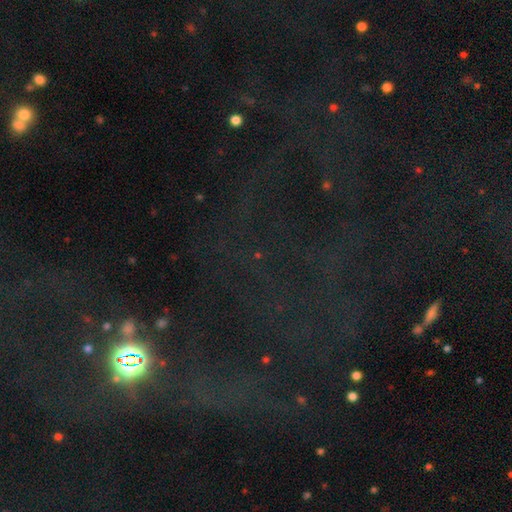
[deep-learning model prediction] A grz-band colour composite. It shows a star or artifact, not a galaxy (74%).